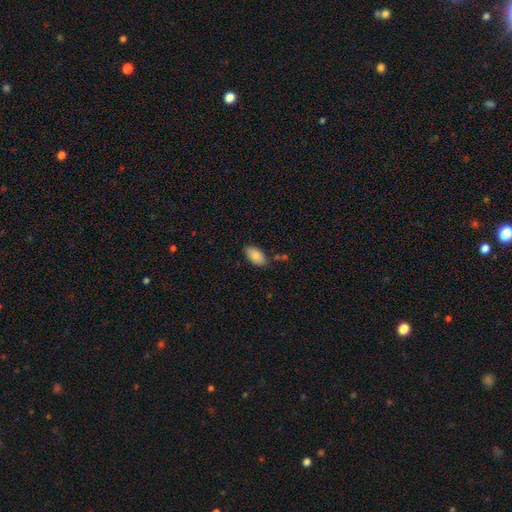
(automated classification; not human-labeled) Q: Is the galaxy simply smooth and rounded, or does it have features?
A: smooth — 87%.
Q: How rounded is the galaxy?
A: in between — 94%.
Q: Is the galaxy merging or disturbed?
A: none — 81%.